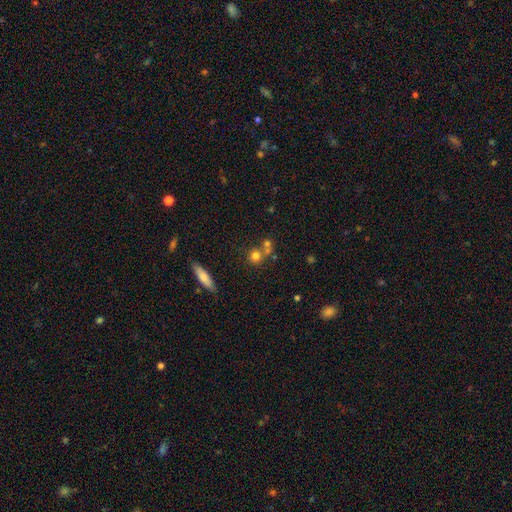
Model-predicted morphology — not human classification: smooth-or-featured: smooth: 72% | star or artifact: 14% | featured or disk: 14%
  how-rounded: round: 86% | in between: 11% | cigar-shaped: 2%
  merging: none: 51% | merger: 37% | minor disturbance: 8% | major disturbance: 4%